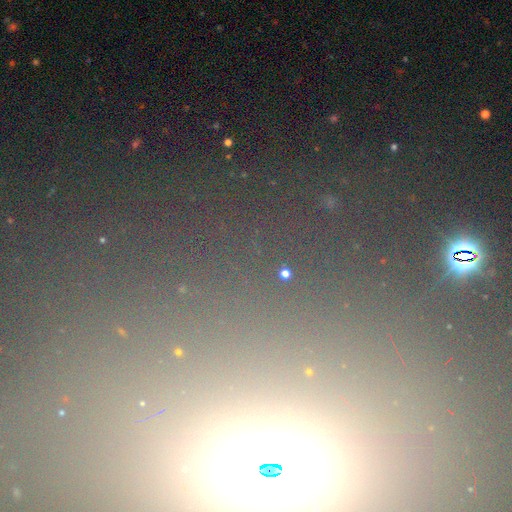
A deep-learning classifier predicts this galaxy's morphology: The model was most divided on "smooth or featured": star or artifact: 66%, smooth: 22%, featured or disk: 12%.